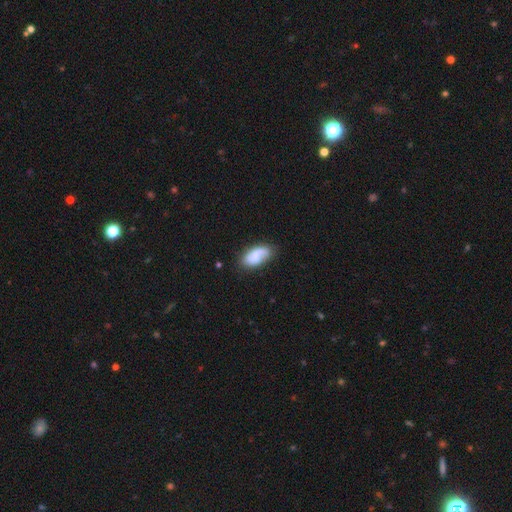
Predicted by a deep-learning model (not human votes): smooth-or-featured: smooth: 66% | featured or disk: 27% | star or artifact: 7%
  how-rounded: in between: 92% | cigar-shaped: 4% | round: 3%
  merging: none: 62% | minor disturbance: 25% | major disturbance: 9% | merger: 3%